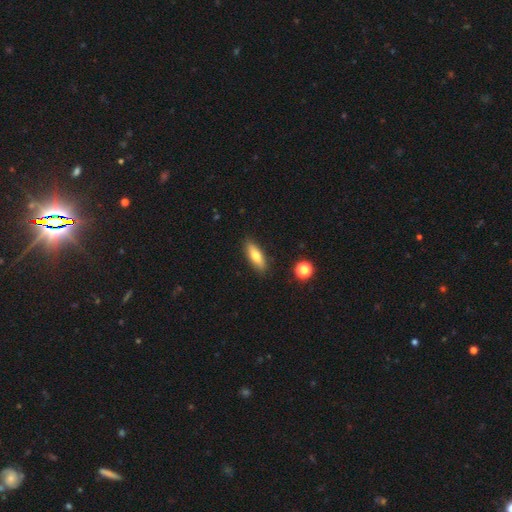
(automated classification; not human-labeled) This appears to be a smooth galaxy with no disk features (70%) that is in between round and cigar-shaped (58%). Merging: none (87%).